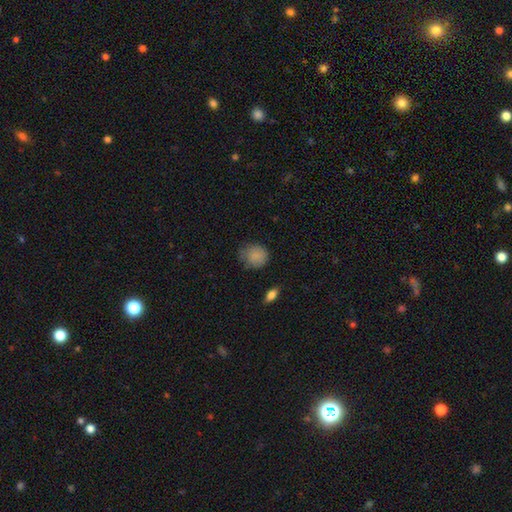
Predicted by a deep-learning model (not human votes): Morphology: type=smooth (85%); roundness=round (78%); merging=none (65%).